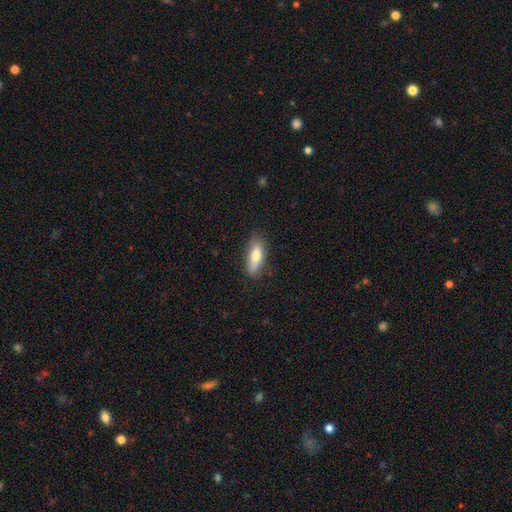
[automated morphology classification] smooth-or-featured: smooth: 73% | featured or disk: 20% | star or artifact: 7%
  how-rounded: in between: 61% | cigar-shaped: 37% | round: 3%
  merging: none: 81% | minor disturbance: 15% | major disturbance: 3% | merger: 1%